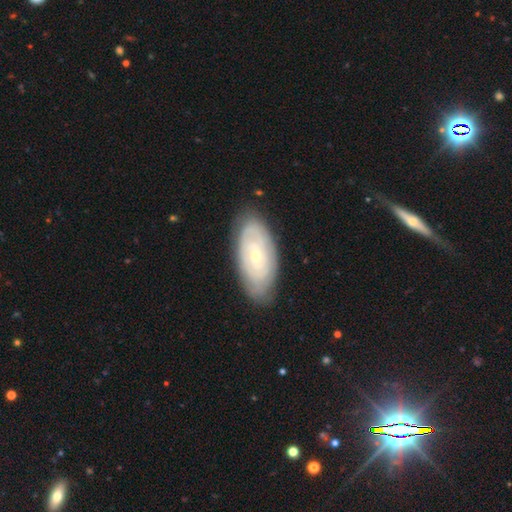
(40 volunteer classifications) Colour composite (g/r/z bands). It shows a featured or disk galaxy (48%) with no bar (79%), no spiral arms (57%) and a small central bulge (71%). Merging: none (89%).